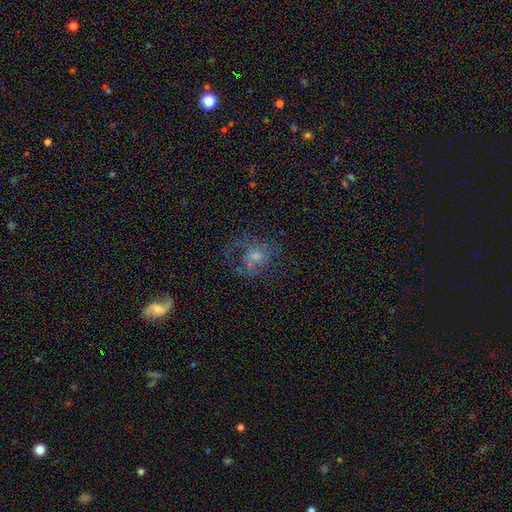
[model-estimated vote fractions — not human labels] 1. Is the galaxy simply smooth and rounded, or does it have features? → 56% featured or disk, 27% smooth, 17% star or artifact.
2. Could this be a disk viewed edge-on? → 97% no, 3% yes.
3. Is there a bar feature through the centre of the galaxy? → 74% no, 22% weak, 4% strong.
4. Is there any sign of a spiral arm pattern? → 69% yes, 31% no.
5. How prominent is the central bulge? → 45% moderate, 40% small, 8% none, 6% large, 2% dominant.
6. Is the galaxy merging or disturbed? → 49% none, 29% major disturbance, 18% minor disturbance, 4% merger.